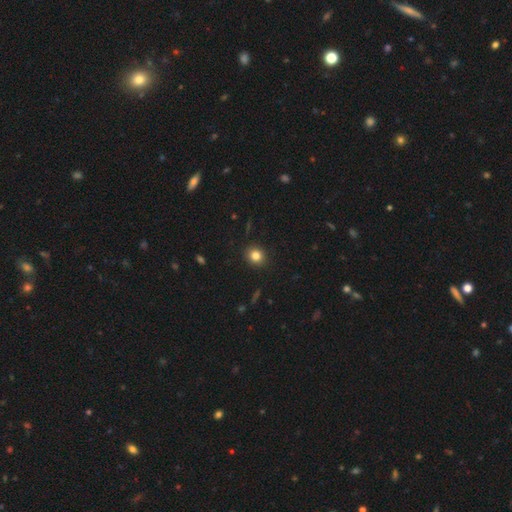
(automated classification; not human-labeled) A smooth galaxy with no disk features (82%) that is round (75%).

Vote fractions:
- Smooth or featured? smooth: 82% / star or artifact: 11% / featured or disk: 7%
- How rounded? round: 75% / in between: 24% / cigar-shaped: 1%
- Merging? none: 91% / minor disturbance: 6% / major disturbance: 2% / merger: 1%